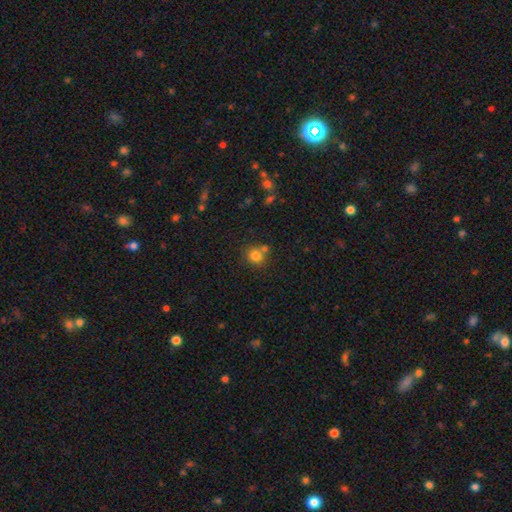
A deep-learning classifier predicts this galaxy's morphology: Smooth or featured? Predicted: smooth (p=0.80). How rounded? Predicted: round (p=0.82). Merging? Predicted: none (p=0.62).